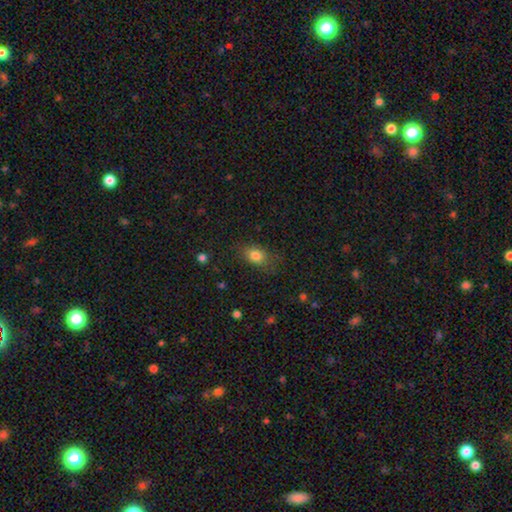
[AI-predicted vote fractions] smooth_or_featured: smooth (p=0.81) [alt: star or artifact p=0.11]
how_rounded: in between (p=0.72) [alt: round p=0.25]
merging: none (p=0.71) [alt: minor disturbance p=0.20]